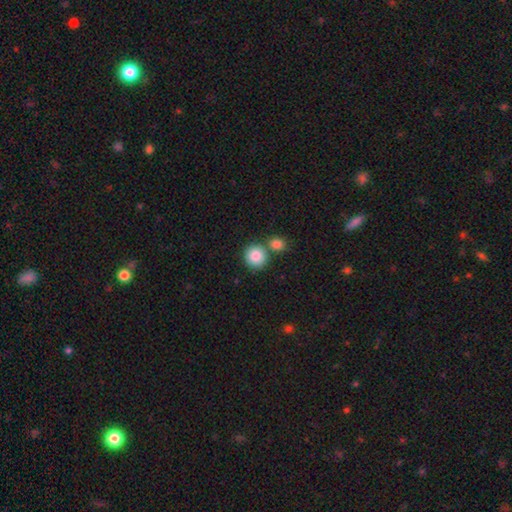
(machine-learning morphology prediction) The model was most divided on "merging": none: 64%, merger: 26%, minor disturbance: 8%, major disturbance: 2%. More confident: how rounded — round (91%); smooth or featured — smooth (85%).